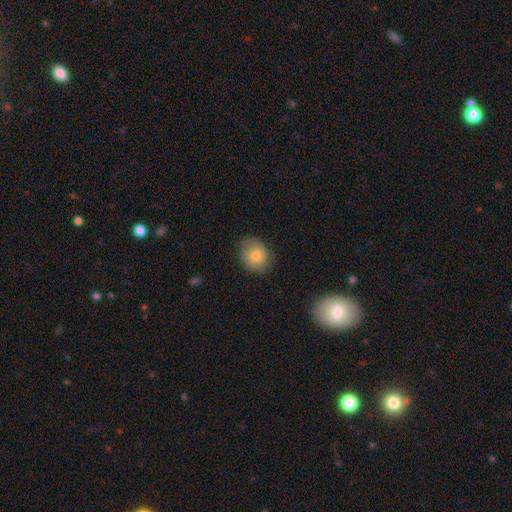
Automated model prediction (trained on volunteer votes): A smooth galaxy with no disk features (78%) that is round (63%).

Vote fractions:
- Smooth or featured? smooth: 78% / featured or disk: 14% / star or artifact: 8%
- How rounded? round: 63% / in between: 36% / cigar-shaped: 1%
- Merging? none: 74% / minor disturbance: 20% / major disturbance: 5% / merger: 1%